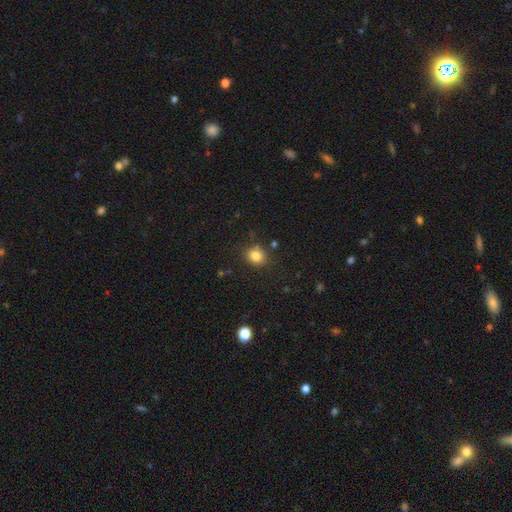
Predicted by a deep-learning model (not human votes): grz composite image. It shows a smooth galaxy with no disk features (82%) that is round (74%). Merging: none (81%).